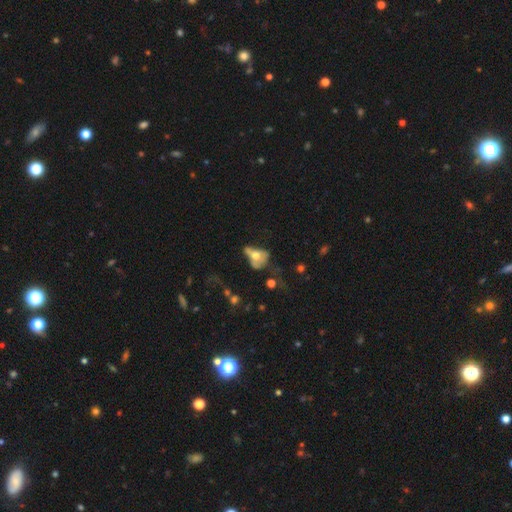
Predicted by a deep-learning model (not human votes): smooth 51%, featured or disk 38%, star or artifact 12%. Down the decision tree: how rounded — in between (73%); merging — major disturbance (44%).